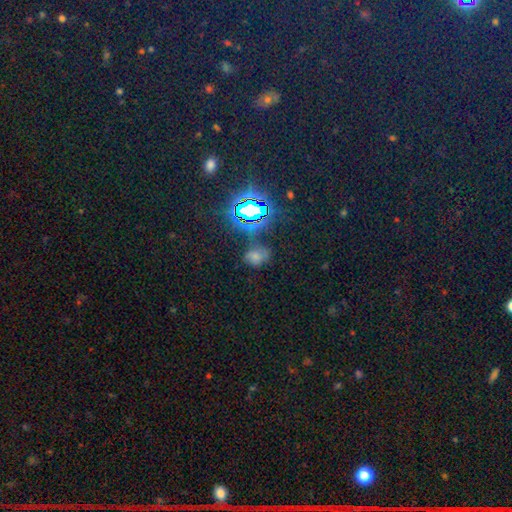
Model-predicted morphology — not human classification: Smooth or featured? smooth (53%)
How rounded? in between (64%)
Merging? none (59%)